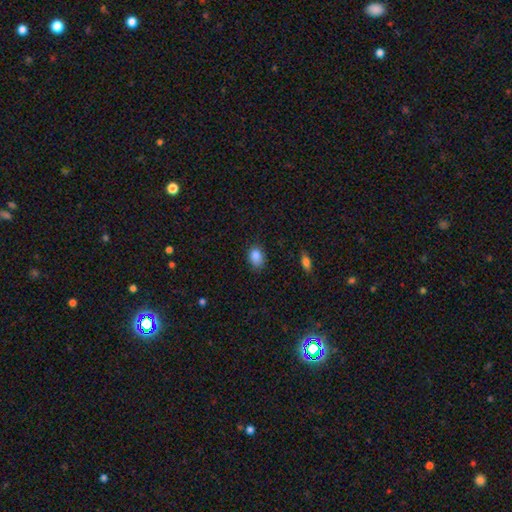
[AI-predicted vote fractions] This is clearly a smooth galaxy (86%). How rounded: likely in between (71%). Merging: likely none (77%).